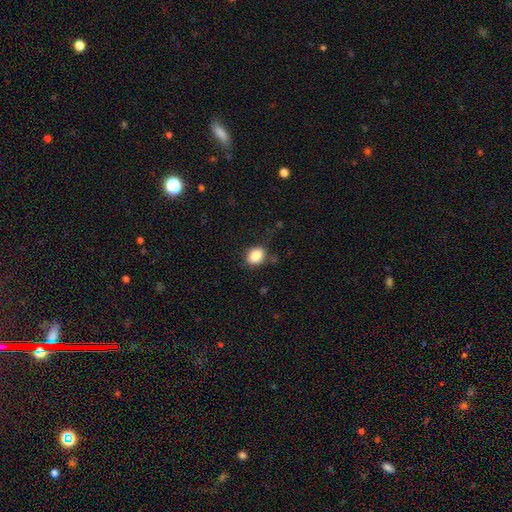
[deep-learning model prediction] Q: Smooth or featured?
A: smooth (86%); runner-up: star or artifact (9%)
Q: How rounded?
A: in between (56%); runner-up: round (43%)
Q: Merging?
A: none (76%); runner-up: minor disturbance (17%)